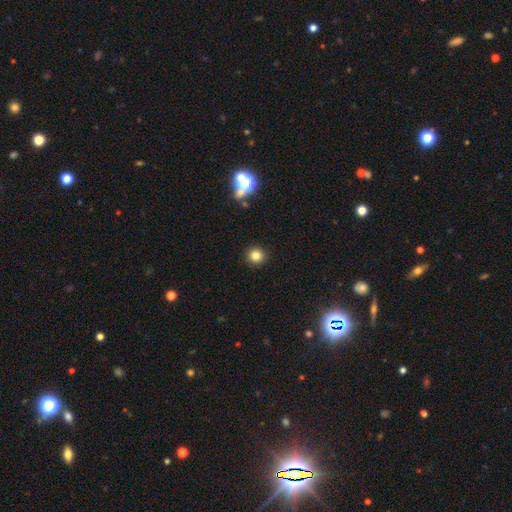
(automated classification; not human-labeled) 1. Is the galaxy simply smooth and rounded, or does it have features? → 80% smooth, 14% star or artifact, 6% featured or disk.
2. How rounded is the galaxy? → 93% round, 6% in between, 1% cigar-shaped.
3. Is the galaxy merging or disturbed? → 92% none, 5% minor disturbance, 2% major disturbance, 1% merger.